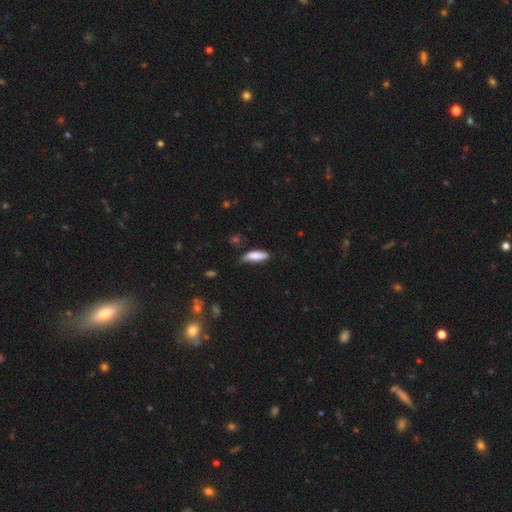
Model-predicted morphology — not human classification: The model was most divided on "merging": none: 53%, minor disturbance: 37%, major disturbance: 8%, merger: 3%. More confident: smooth or featured — smooth (81%); how rounded — in between (60%).